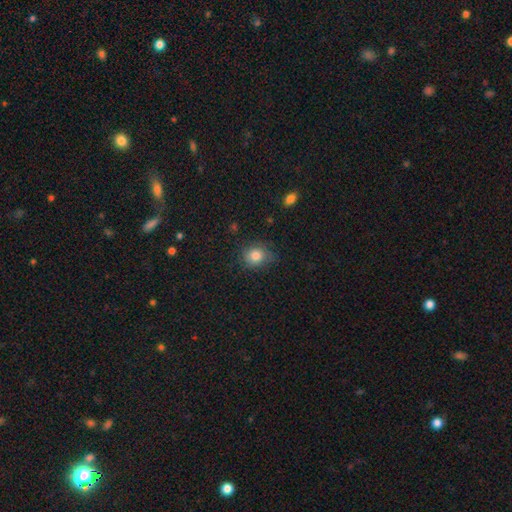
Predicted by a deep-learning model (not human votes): Smooth or featured? smooth (82%)
How rounded? round (68%)
Merging? none (73%)